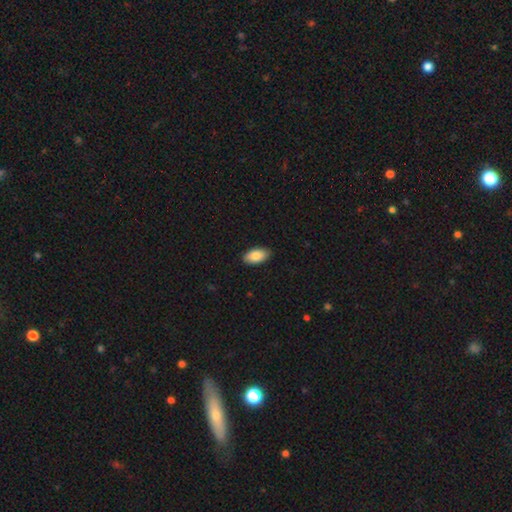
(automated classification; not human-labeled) The model was most divided on "merging": none: 89%, minor disturbance: 8%, major disturbance: 2%, merger: 1%. More confident: how rounded — in between (95%); smooth or featured — smooth (87%).